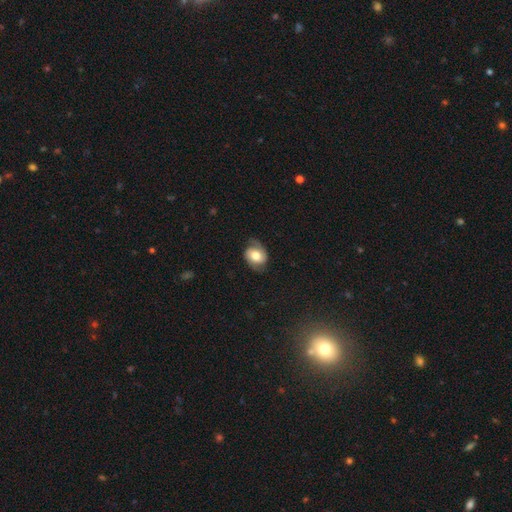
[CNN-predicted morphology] Overall: featured or disk (48%; smooth 45%). Merging: none (64%; minor disturbance 24%).